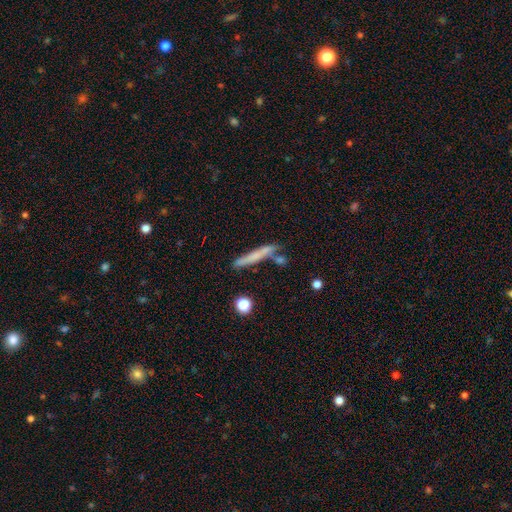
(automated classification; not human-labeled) smooth-or-featured: smooth: 60% | featured or disk: 32% | star or artifact: 8%
  how-rounded: cigar-shaped: 94% | in between: 4% | round: 2%
  merging: none: 72% | minor disturbance: 14% | merger: 9% | major disturbance: 4%